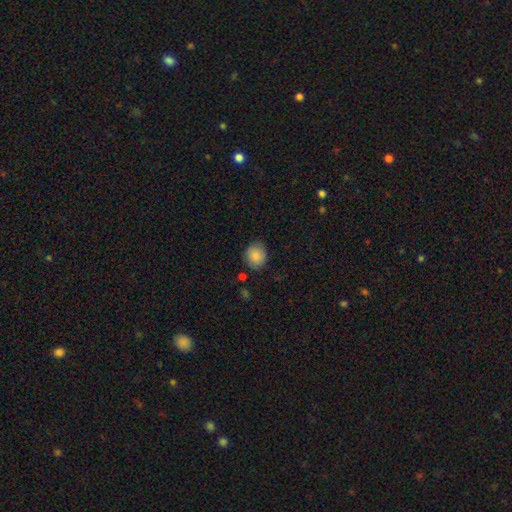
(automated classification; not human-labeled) A smooth galaxy with no disk features (87%) that is round (74%).

Vote fractions:
- Smooth or featured? smooth: 87% / star or artifact: 8% / featured or disk: 5%
- How rounded? round: 74% / in between: 25% / cigar-shaped: 1%
- Merging? none: 83% / minor disturbance: 13% / major disturbance: 3% / merger: 2%